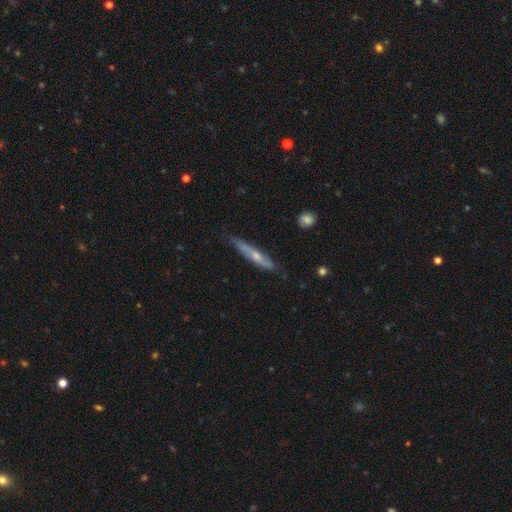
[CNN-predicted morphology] Q: Smooth or featured?
A: featured or disk (55%); runner-up: smooth (39%)
Q: Edge-on disk?
A: yes (82%); runner-up: no (18%)
Q: Merging?
A: none (73%); runner-up: minor disturbance (22%)